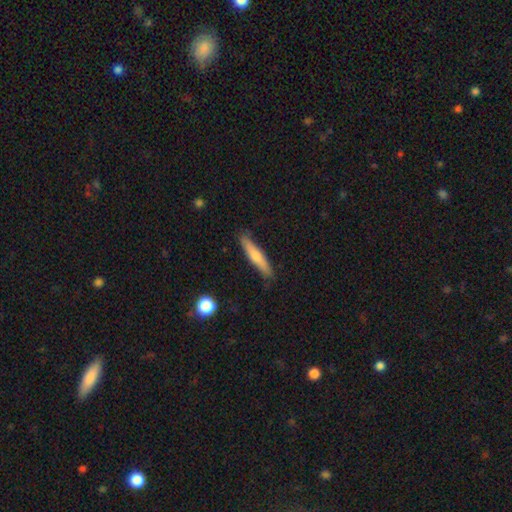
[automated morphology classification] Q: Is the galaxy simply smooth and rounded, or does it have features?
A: smooth — 58%.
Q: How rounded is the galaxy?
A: cigar-shaped — 89%.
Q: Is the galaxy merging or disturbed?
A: none — 87%.